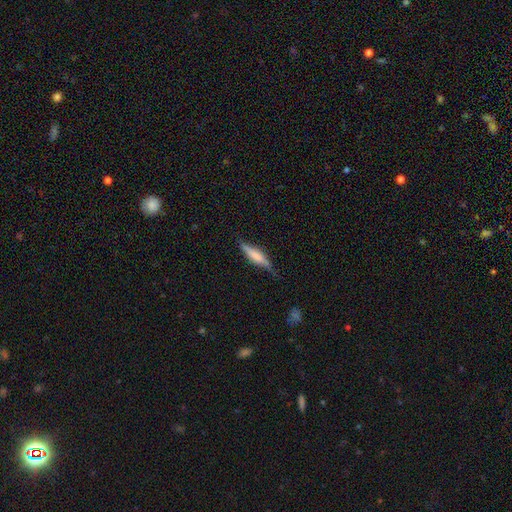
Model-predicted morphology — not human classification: A featured or disk galaxy (48%). Merging: none (73%).